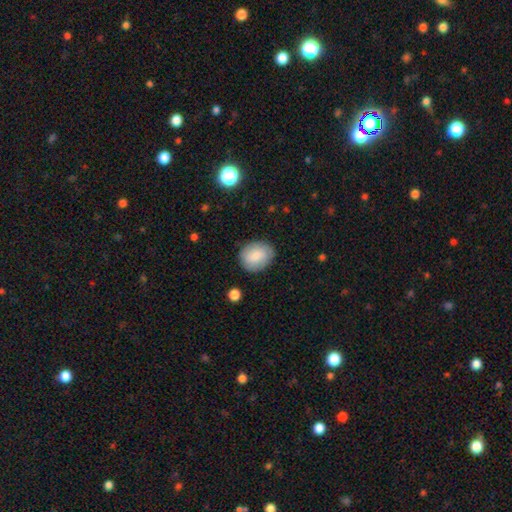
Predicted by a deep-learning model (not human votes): Q: Smooth or featured?
A: smooth (80%); runner-up: featured or disk (13%)
Q: How rounded?
A: round (57%); runner-up: in between (42%)
Q: Merging?
A: none (82%); runner-up: minor disturbance (14%)